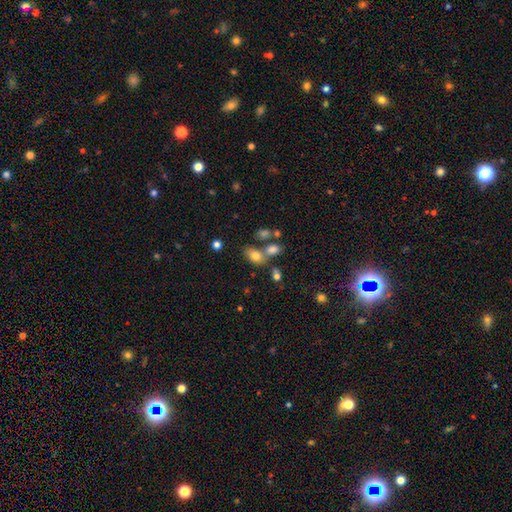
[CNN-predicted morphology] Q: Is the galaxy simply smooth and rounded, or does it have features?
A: smooth — 77%.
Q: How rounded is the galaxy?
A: in between — 86%.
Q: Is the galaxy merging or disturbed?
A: none — 50%.